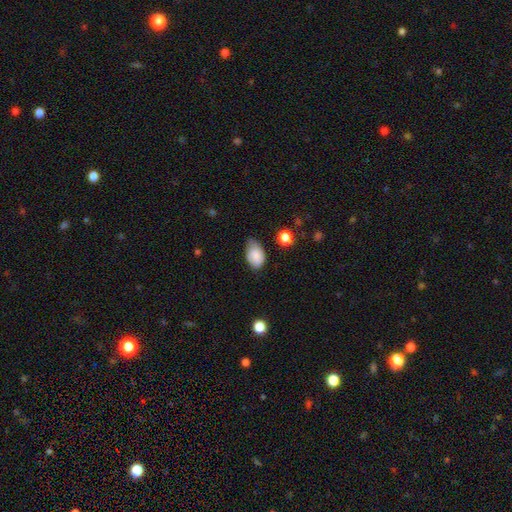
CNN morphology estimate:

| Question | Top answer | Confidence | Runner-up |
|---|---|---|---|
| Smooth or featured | smooth | 81% | featured or disk (12%) |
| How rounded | in between | 87% | round (12%) |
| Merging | minor disturbance | 46% | none (42%) |